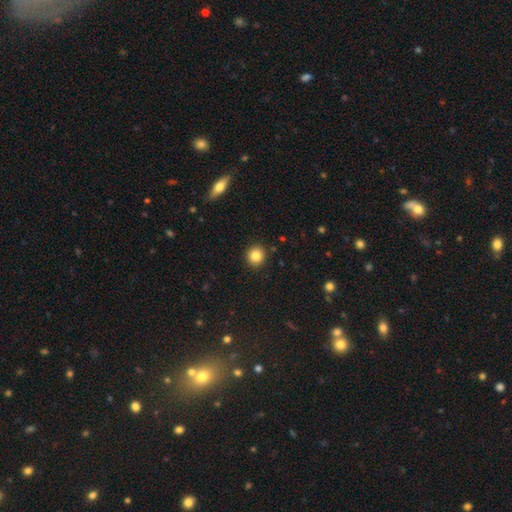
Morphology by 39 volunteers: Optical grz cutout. It shows a smooth galaxy with no disk features (82%) that is round (78%). Merging: none (86%).